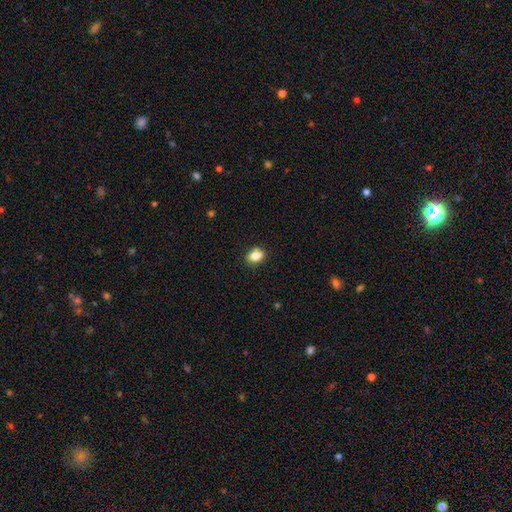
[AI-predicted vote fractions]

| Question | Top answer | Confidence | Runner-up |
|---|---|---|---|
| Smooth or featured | smooth | 84% | star or artifact (10%) |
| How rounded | in between | 73% | round (26%) |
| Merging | none | 81% | minor disturbance (14%) |